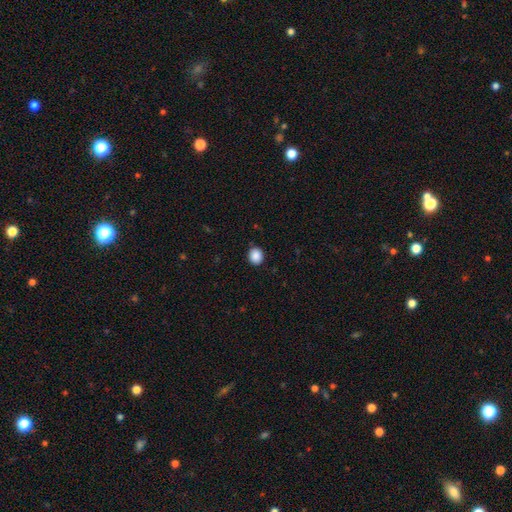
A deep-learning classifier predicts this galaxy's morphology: Smooth or featured? smooth (88%)
How rounded? round (82%)
Merging? none (90%)